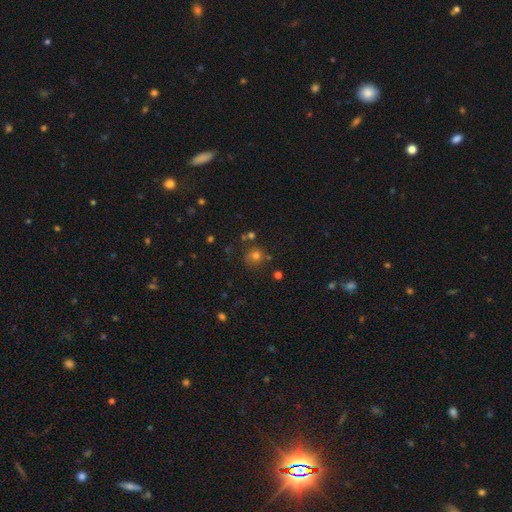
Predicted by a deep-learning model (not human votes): smooth 70%, star or artifact 21%, featured or disk 9%. Down the decision tree: how rounded — round (88%); merging — none (72%).